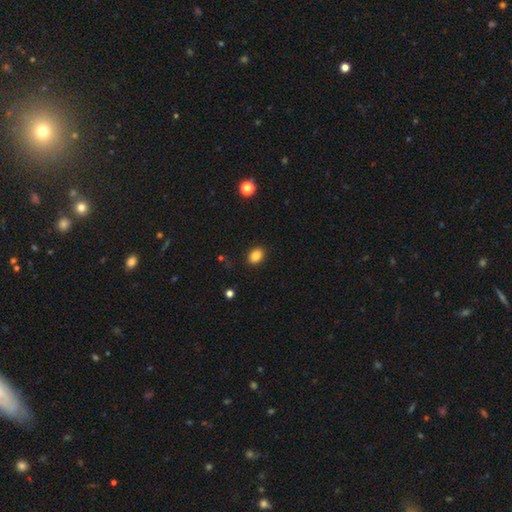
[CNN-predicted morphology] Smooth or featured? smooth (86%)
How rounded? in between (75%)
Merging? none (87%)